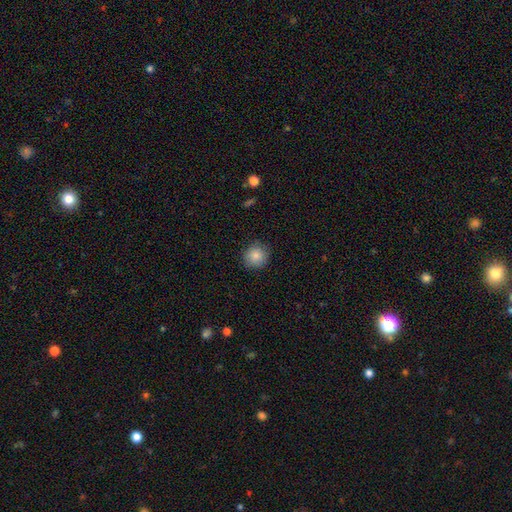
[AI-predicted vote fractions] Q: Smooth or featured?
A: smooth (84%); runner-up: star or artifact (9%)
Q: How rounded?
A: round (91%); runner-up: in between (8%)
Q: Merging?
A: none (86%); runner-up: minor disturbance (10%)